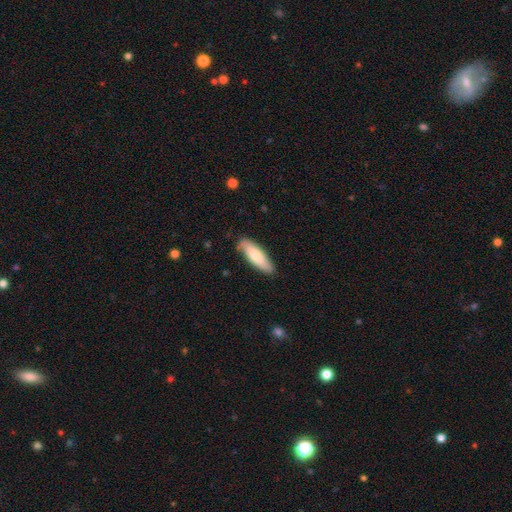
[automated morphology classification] type=smooth (74%); roundness=in between (51%); merging=none (81%).